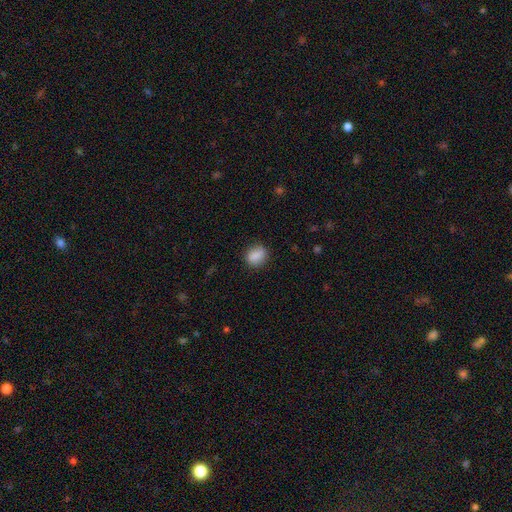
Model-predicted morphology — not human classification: type=smooth (86%); roundness=round (52%); merging=none (83%).